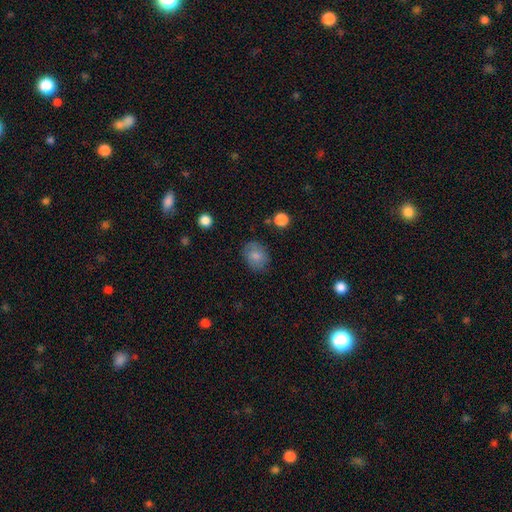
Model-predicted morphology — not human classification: Smooth or featured? smooth (80%)
How rounded? in between (55%)
Merging? none (75%)